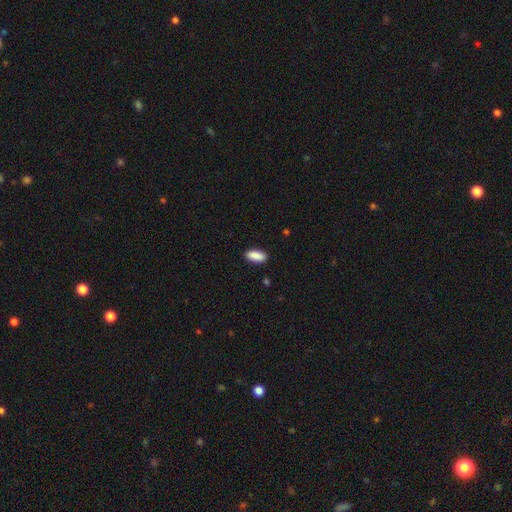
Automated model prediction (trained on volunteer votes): Smooth or featured? Predicted: smooth (p=0.90). How rounded? Predicted: in between (p=0.85). Merging? Predicted: none (p=0.89).